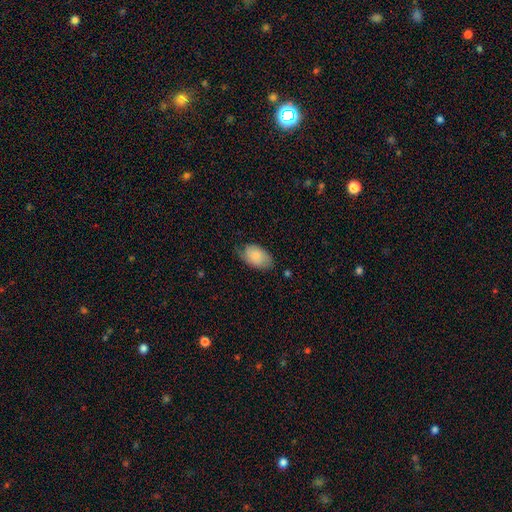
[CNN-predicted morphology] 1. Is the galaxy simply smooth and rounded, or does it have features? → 80% smooth, 14% featured or disk, 6% star or artifact.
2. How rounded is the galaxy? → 93% in between, 6% round, 1% cigar-shaped.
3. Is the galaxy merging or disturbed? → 62% none, 30% minor disturbance, 7% major disturbance, 1% merger.